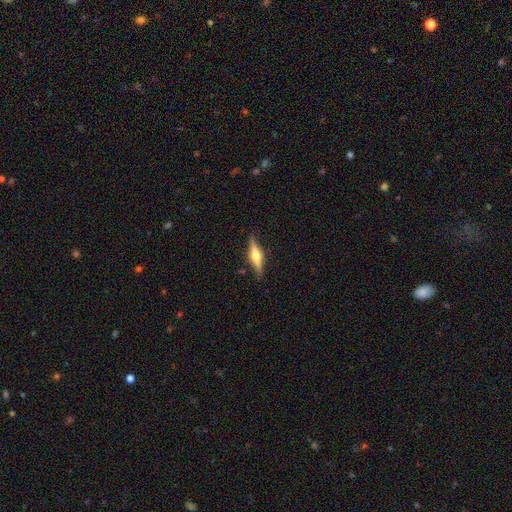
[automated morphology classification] smooth_or_featured: featured or disk (p=0.70) [alt: smooth p=0.24]
disk_edge_on: yes (p=0.97) [alt: no p=0.03]
edge_on_bulge: rounded (p=0.92) [alt: boxy p=0.06]
merging: none (p=0.88) [alt: minor disturbance p=0.09]